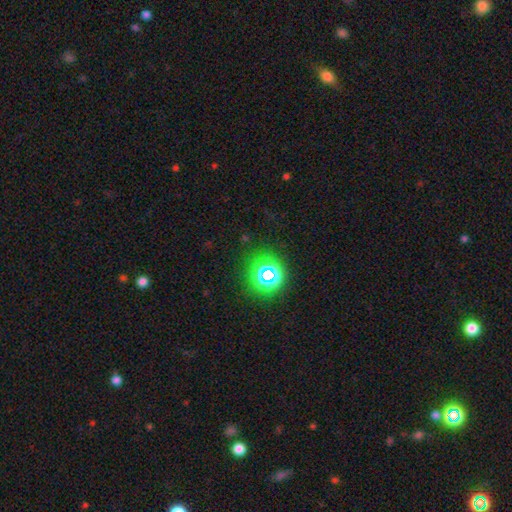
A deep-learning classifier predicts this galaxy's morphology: This appears to be a smooth galaxy with no disk features (55%) that is round (94%). Merging: none (92%).